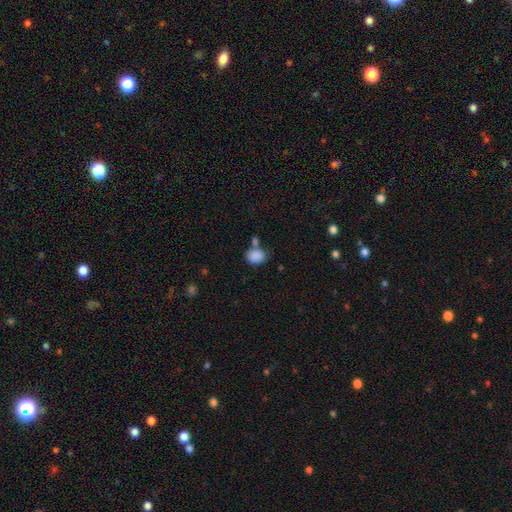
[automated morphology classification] smooth_or_featured: smooth (p=0.87) [alt: star or artifact p=0.09]
how_rounded: in between (p=0.65) [alt: round p=0.34]
merging: none (p=0.54) [alt: merger p=0.25]